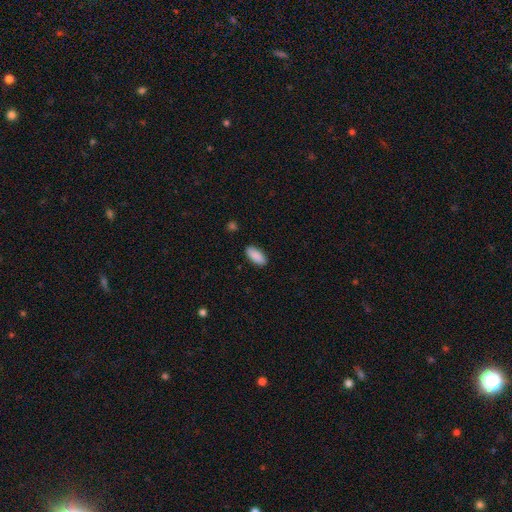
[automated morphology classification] This appears to be a smooth galaxy with no disk features (90%) that is in between round and cigar-shaped (88%). Merging: none (89%).